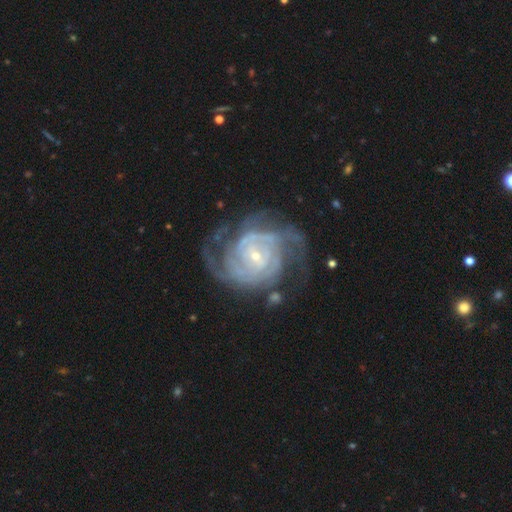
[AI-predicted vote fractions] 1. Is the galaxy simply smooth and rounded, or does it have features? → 92% featured or disk, 5% star or artifact, 4% smooth.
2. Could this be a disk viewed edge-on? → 98% no, 2% yes.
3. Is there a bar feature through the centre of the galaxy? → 52% no, 35% weak, 13% strong.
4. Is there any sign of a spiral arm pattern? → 98% yes, 2% no.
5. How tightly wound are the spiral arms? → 68% tight, 27% medium, 5% loose.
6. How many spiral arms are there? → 27% 2, 21% 3, 21% can't tell, 17% 4, 8% more than 4, 7% 1.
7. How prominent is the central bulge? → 77% small, 20% moderate, 1% large, 1% none, 1% dominant.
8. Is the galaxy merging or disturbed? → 66% none, 18% minor disturbance, 13% major disturbance, 2% merger.